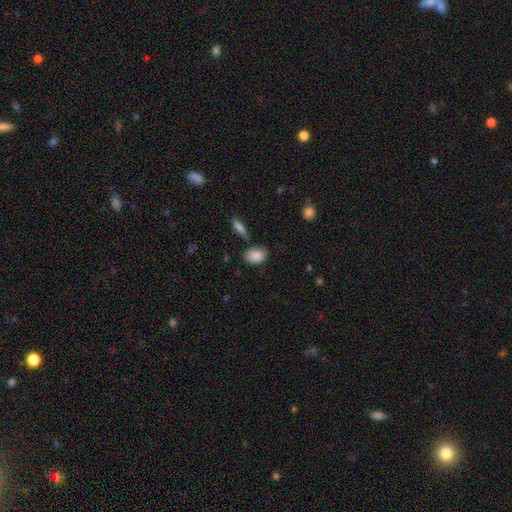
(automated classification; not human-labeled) A smooth galaxy with no disk features (87%) that is in between round and cigar-shaped (83%).

Vote fractions:
- Smooth or featured? smooth: 87% / star or artifact: 7% / featured or disk: 6%
- How rounded? in between: 83% / round: 16% / cigar-shaped: 2%
- Merging? none: 73% / minor disturbance: 18% / merger: 5% / major disturbance: 4%